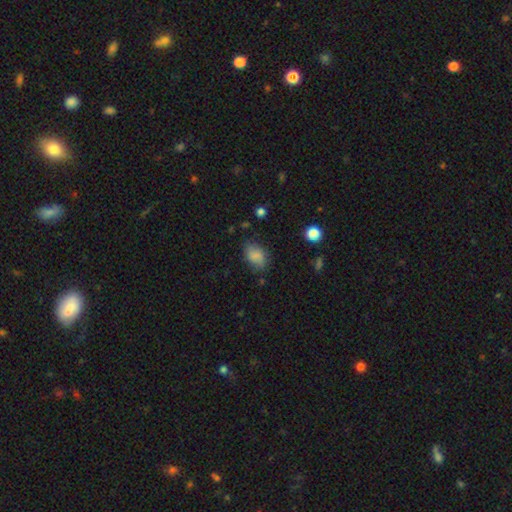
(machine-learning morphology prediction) Smooth or featured? Predicted: smooth (p=0.81). How rounded? Predicted: in between (p=0.85). Merging? Predicted: none (p=0.73).